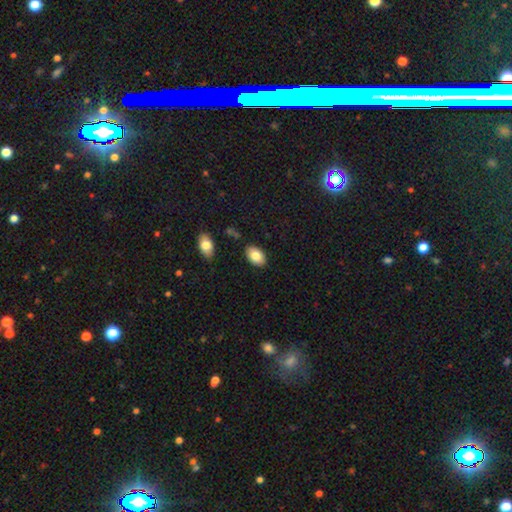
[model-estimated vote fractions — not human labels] Overall: smooth (82%). How rounded: in between (90%). Merging: none (85%).